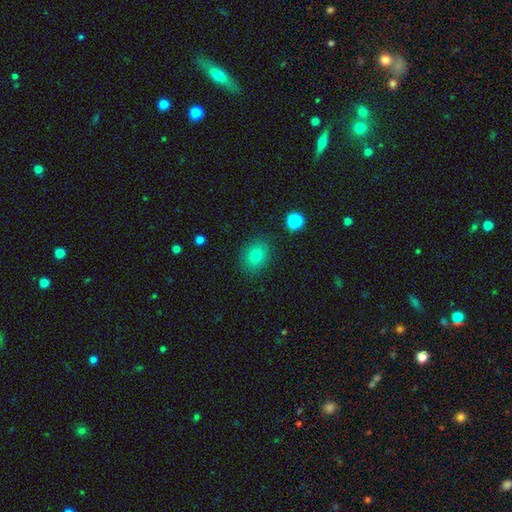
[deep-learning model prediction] Overall: smooth (78%). How rounded: round (55%; in between 44%). Merging: none (86%).